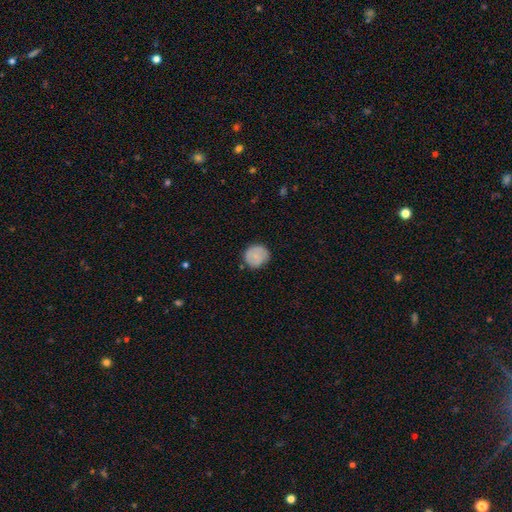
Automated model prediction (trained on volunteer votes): smooth-or-featured: smooth: 73% | featured or disk: 20% | star or artifact: 7%
  how-rounded: round: 88% | in between: 11% | cigar-shaped: 1%
  merging: none: 81% | minor disturbance: 14% | major disturbance: 3% | merger: 1%